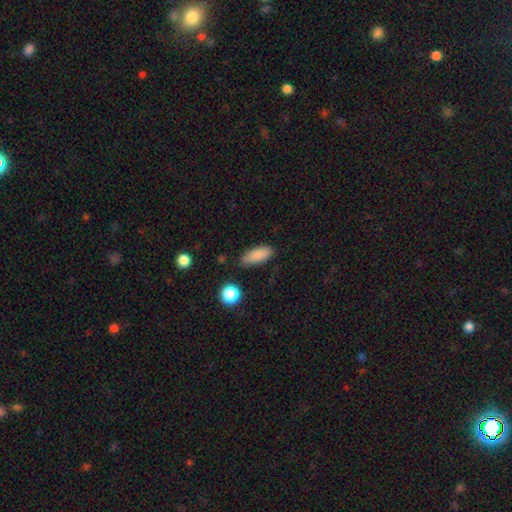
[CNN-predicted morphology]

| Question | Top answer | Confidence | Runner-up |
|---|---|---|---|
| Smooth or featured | smooth | 86% | star or artifact (8%) |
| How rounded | in between | 78% | cigar-shaped (19%) |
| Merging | none | 82% | minor disturbance (13%) |